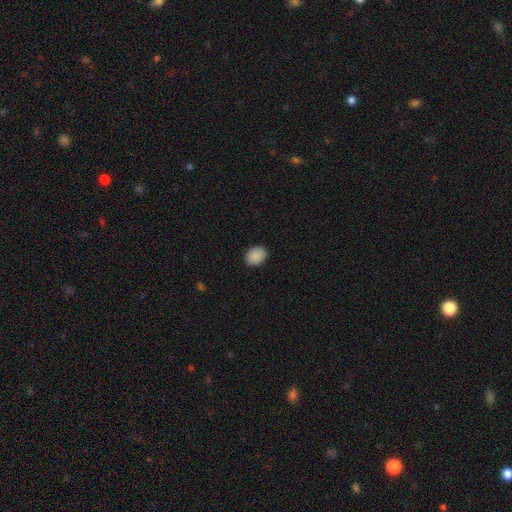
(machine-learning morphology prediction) The model was most divided on "how rounded": in between: 57%, round: 42%, cigar-shaped: 1%. More confident: merging — none (90%); smooth or featured — smooth (90%).